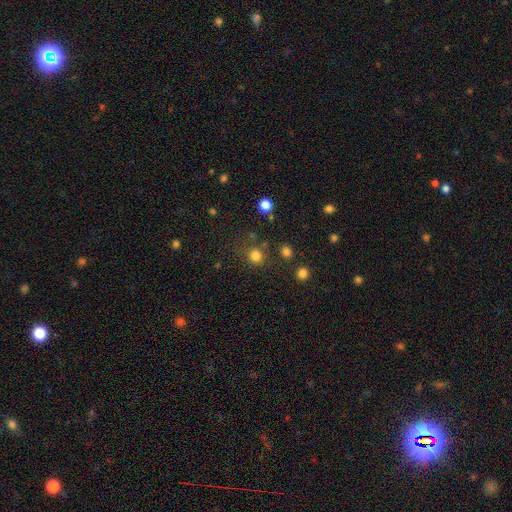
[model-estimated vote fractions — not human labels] Morphology: type=smooth (79%); roundness=round (85%); merging=none (75%).